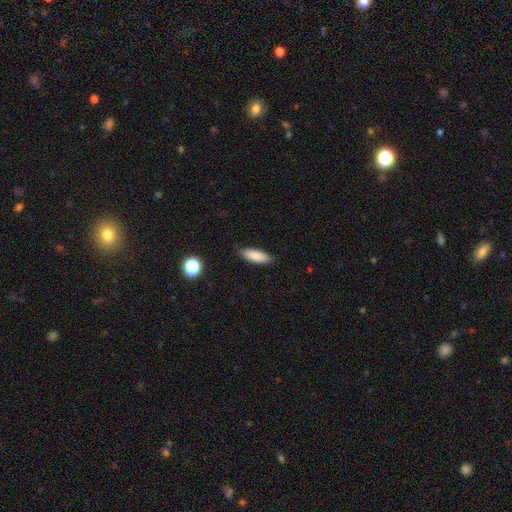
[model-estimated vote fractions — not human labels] This is clearly a smooth galaxy (86%). How rounded: likely in between (61%). Merging: clearly none (85%).